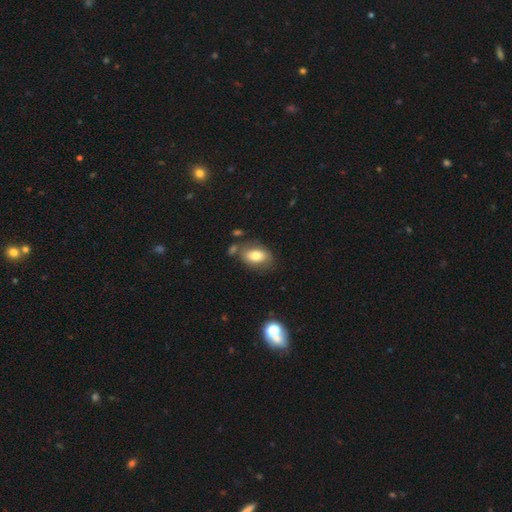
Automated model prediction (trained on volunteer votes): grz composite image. It shows a smooth galaxy with no disk features (75%) that is in between round and cigar-shaped (87%). Merging: none (66%).